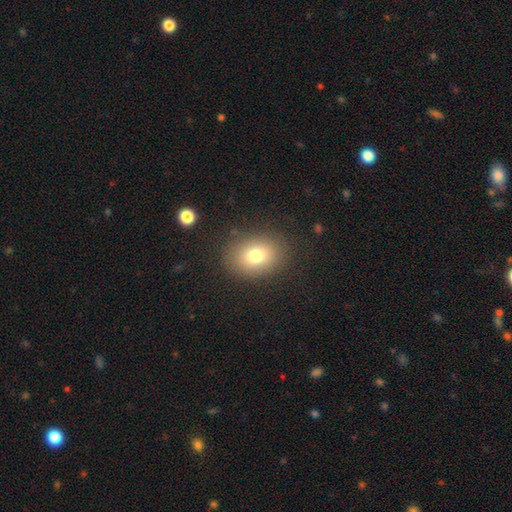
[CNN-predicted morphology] A smooth galaxy with no disk features (77%) that is in between round and cigar-shaped (55%). Merging: none (85%).